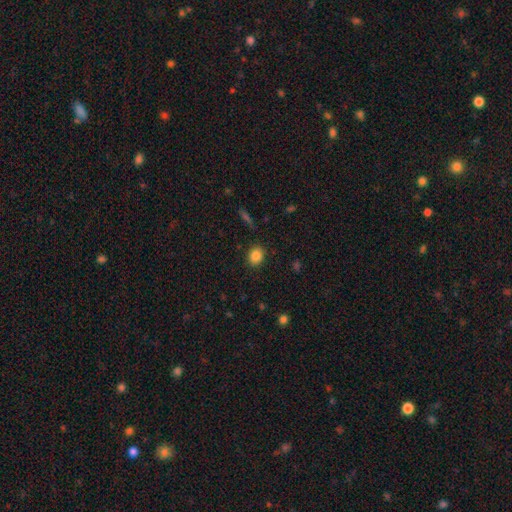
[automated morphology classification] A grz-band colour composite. It shows a smooth galaxy with no disk features (85%) that is round (61%). Merging: none (87%).